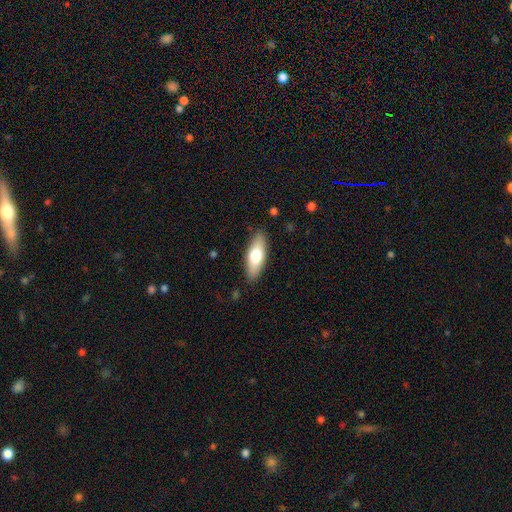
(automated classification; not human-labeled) Overall: smooth (67%). How rounded: in between (67%; cigar-shaped 30%). Merging: none (88%).